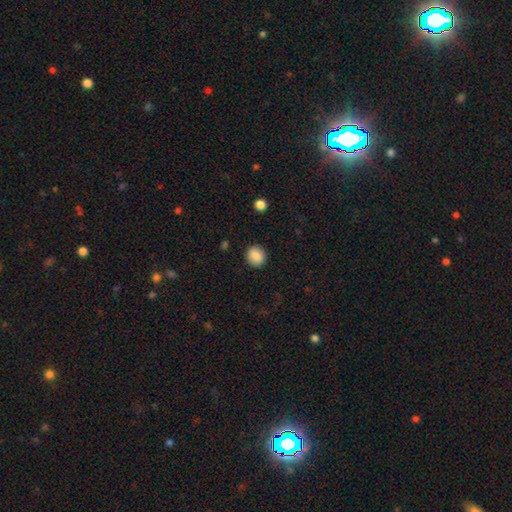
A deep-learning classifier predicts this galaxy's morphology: Smooth or featured? Predicted: smooth (p=0.88). How rounded? Predicted: round (p=0.84). Merging? Predicted: none (p=0.90).